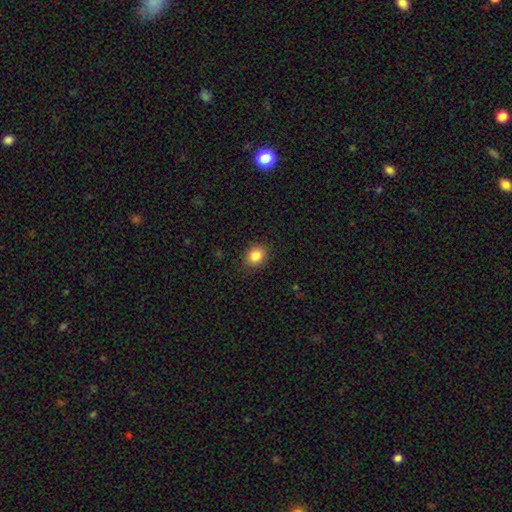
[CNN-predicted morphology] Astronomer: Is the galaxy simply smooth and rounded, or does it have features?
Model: smooth — 86%.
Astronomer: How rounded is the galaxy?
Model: round — 59% (runner-up: in between, 40%).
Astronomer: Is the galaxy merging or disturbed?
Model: none — 87%.